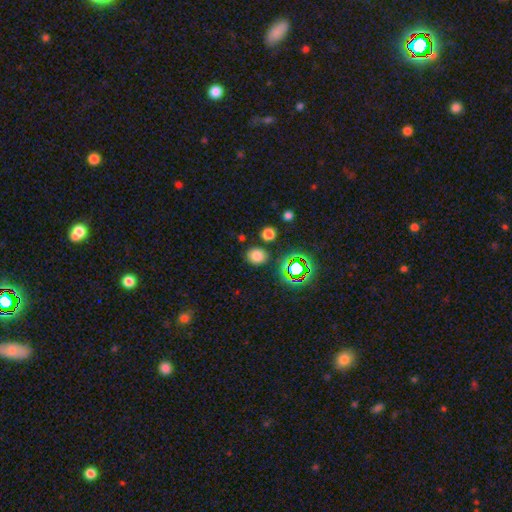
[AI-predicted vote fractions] Morphology: type=smooth (74%); roundness=round (74%); merging=none (82%).